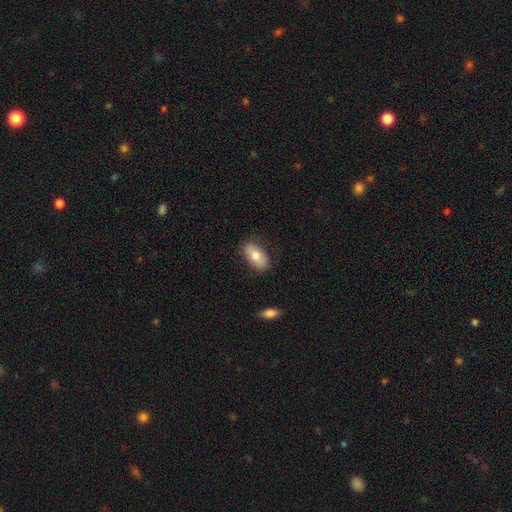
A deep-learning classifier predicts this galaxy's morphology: The model was most divided on "smooth or featured": smooth: 76%, featured or disk: 18%, star or artifact: 7%. More confident: how rounded — in between (92%); merging — none (82%).